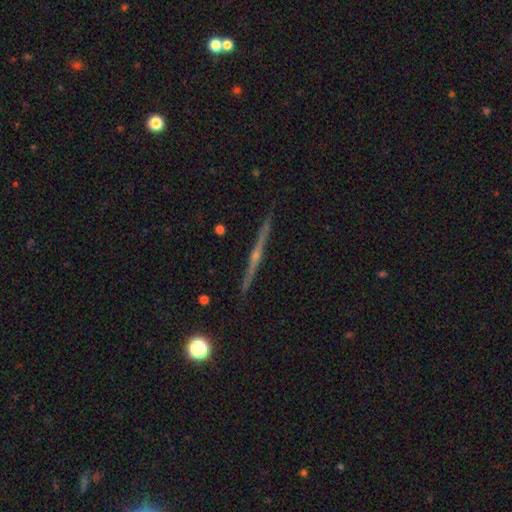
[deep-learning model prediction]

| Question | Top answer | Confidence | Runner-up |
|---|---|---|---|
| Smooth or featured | featured or disk | 82% | smooth (11%) |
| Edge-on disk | yes | 98% | no (2%) |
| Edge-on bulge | rounded | 79% | none (16%) |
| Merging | none | 92% | minor disturbance (6%) |